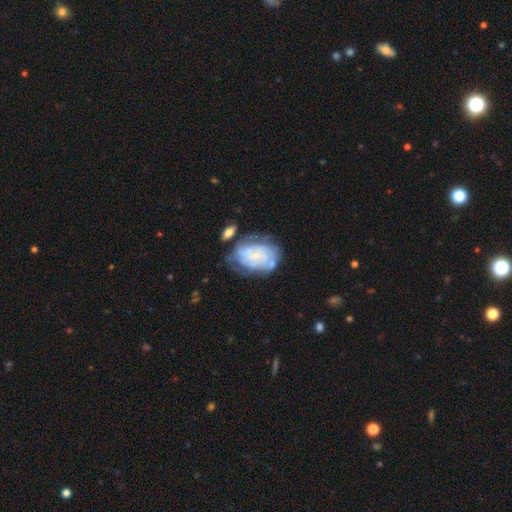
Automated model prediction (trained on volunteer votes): Q: Smooth or featured?
A: featured or disk (68%); runner-up: smooth (25%)
Q: Edge-on disk?
A: no (97%); runner-up: yes (3%)
Q: Bar?
A: no (68%); runner-up: weak (27%)
Q: Spiral arms?
A: yes (76%); runner-up: no (24%)
Q: Bulge size?
A: small (73%); runner-up: moderate (15%)
Q: Merging?
A: none (50%); runner-up: minor disturbance (25%)